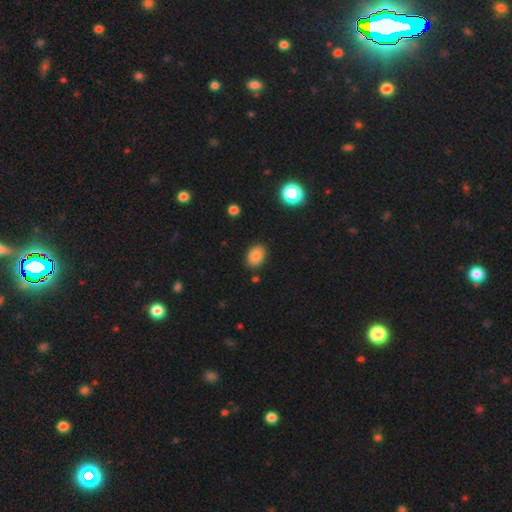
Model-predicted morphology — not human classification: Smooth or featured?
  - smooth: 85% *
  - star or artifact: 10%
  - featured or disk: 5%
How rounded?
  - in between: 80% *
  - round: 18%
  - cigar-shaped: 1%
Merging?
  - none: 87% *
  - minor disturbance: 9%
  - major disturbance: 2%
  - merger: 2%